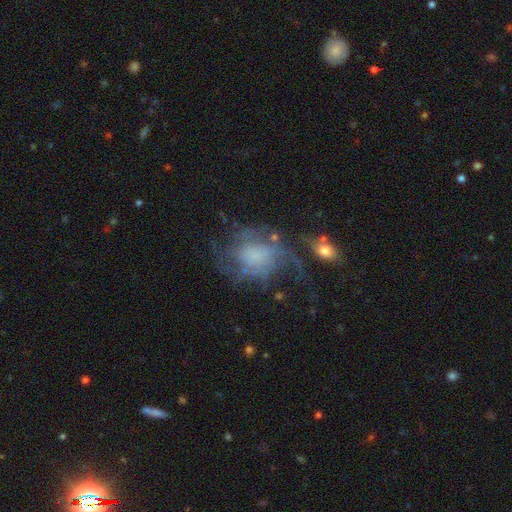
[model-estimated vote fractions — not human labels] Smooth or featured? Predicted: featured or disk (p=0.66). Edge-on disk? Predicted: no (p=0.97). Bar? Predicted: no (p=0.74). Spiral arms? Predicted: yes (p=0.79). Spiral winding? Predicted: medium (p=0.38). Spiral arm count? Predicted: can't tell (p=0.40). Bulge size? Predicted: none (p=0.33). Merging? Predicted: none (p=0.44).